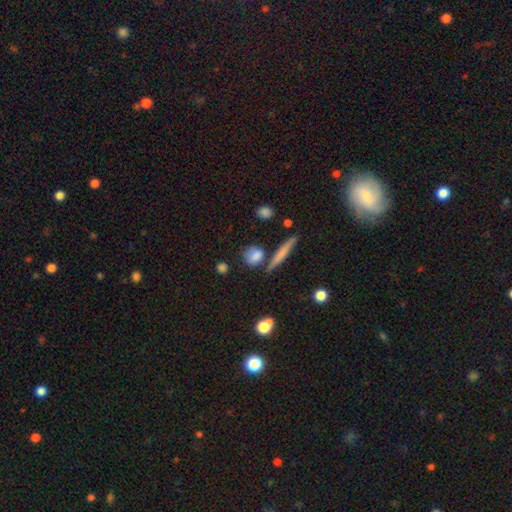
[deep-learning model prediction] Smooth or featured? smooth (79%)
How rounded? round (56%)
Merging? none (69%)